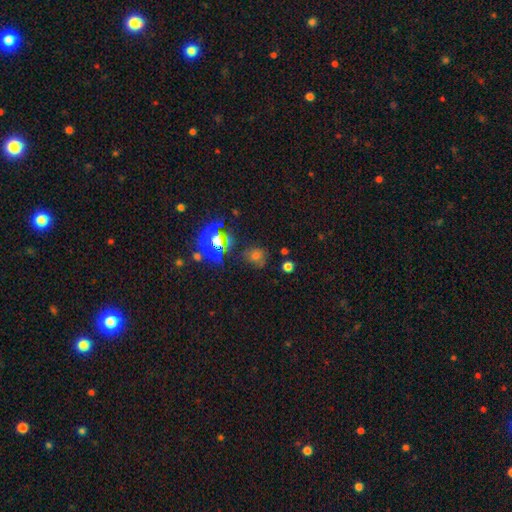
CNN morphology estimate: Overall: star or artifact (50%; smooth 40%).